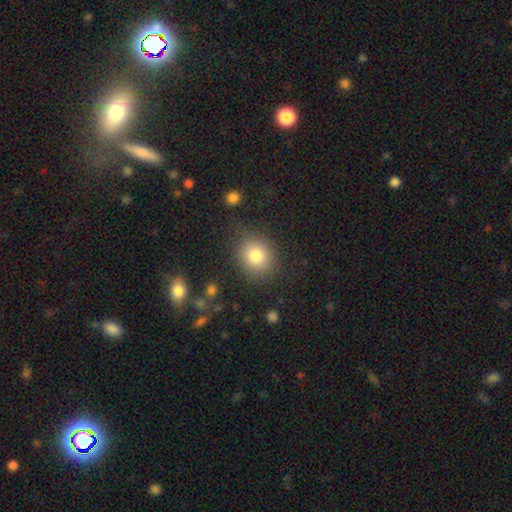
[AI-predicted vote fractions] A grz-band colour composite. It shows a smooth galaxy with no disk features (80%) that is round (72%). Merging: none (79%).